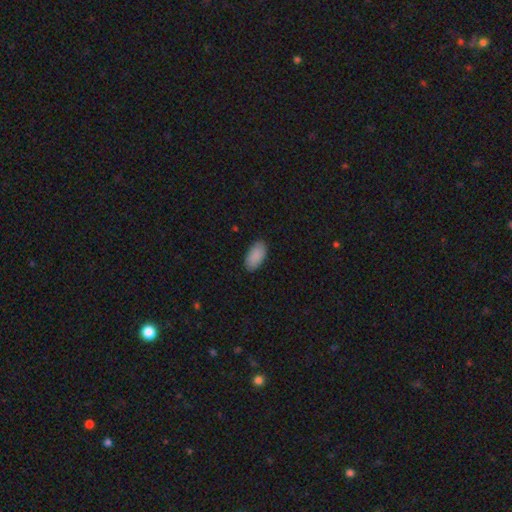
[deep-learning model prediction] Overall: smooth (90%). How rounded: in between (95%). Merging: none (87%).